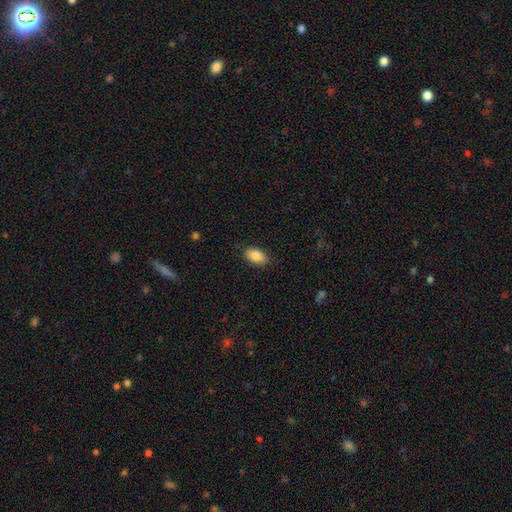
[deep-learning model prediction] Smooth or featured: smooth — 87% (star or artifact — 7%)
How rounded: in between — 93% (round — 5%)
Merging: none — 87% (minor disturbance — 10%)